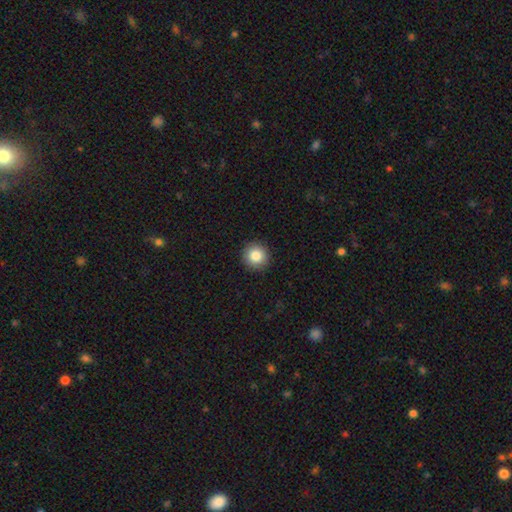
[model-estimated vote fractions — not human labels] Q: Smooth or featured?
A: smooth (85%); runner-up: star or artifact (9%)
Q: How rounded?
A: round (95%); runner-up: in between (4%)
Q: Merging?
A: none (93%); runner-up: minor disturbance (5%)